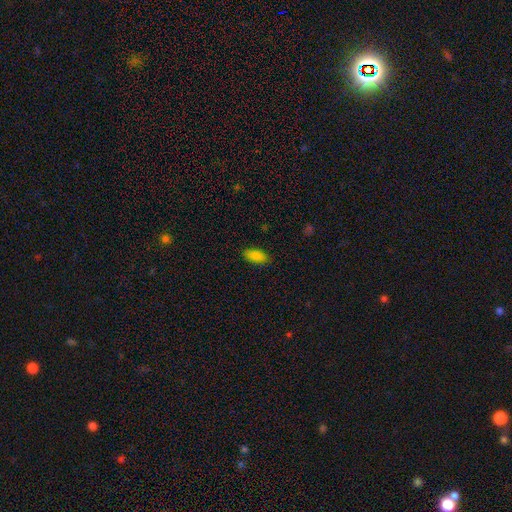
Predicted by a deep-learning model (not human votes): smooth_or_featured: smooth (p=0.87) [alt: star or artifact p=0.09]
how_rounded: in between (p=0.89) [alt: cigar-shaped p=0.09]
merging: none (p=0.88) [alt: minor disturbance p=0.09]